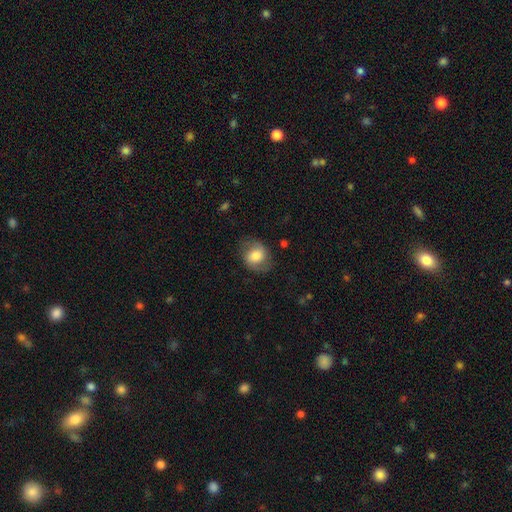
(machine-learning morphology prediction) The model was most divided on "smooth or featured": smooth: 47%, featured or disk: 44%, star or artifact: 8%. More confident: merging — none (72%).